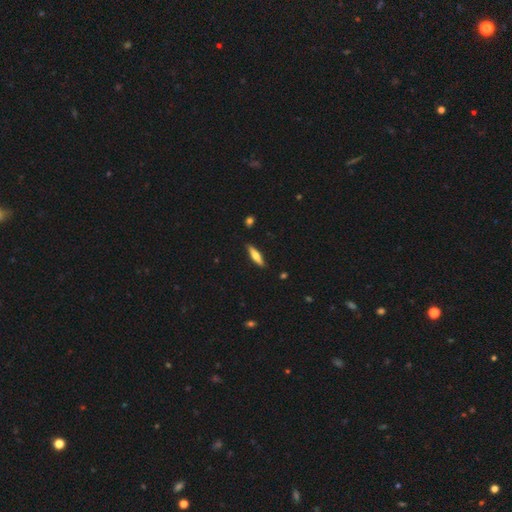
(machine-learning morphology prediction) Smooth or featured: smooth — 55% (featured or disk — 40%)
How rounded: cigar-shaped — 76% (in between — 22%)
Merging: none — 89% (minor disturbance — 8%)